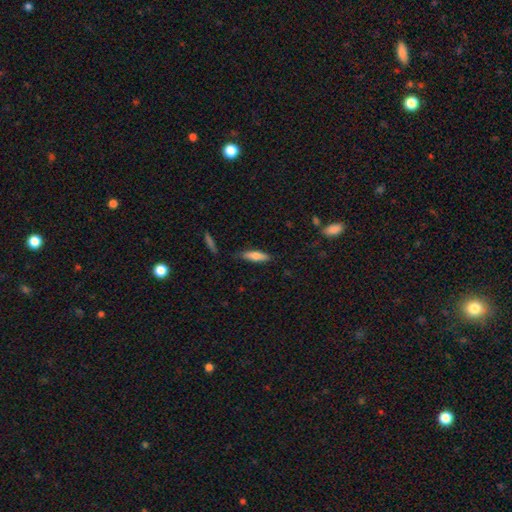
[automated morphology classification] smooth_or_featured: smooth (p=0.73) [alt: featured or disk p=0.21]
how_rounded: cigar-shaped (p=0.64) [alt: in between p=0.34]
merging: none (p=0.78) [alt: minor disturbance p=0.17]